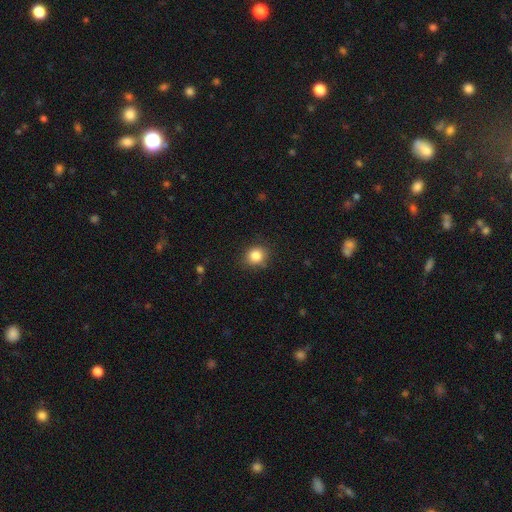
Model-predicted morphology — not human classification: Smooth or featured: smooth — 84% (star or artifact — 11%)
How rounded: round — 75% (in between — 24%)
Merging: none — 85% (minor disturbance — 11%)